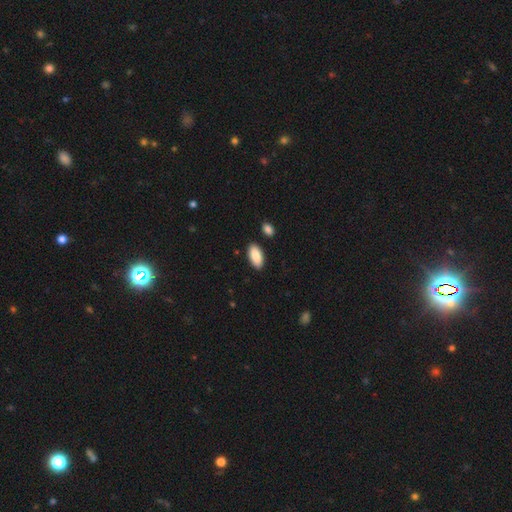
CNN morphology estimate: smooth_or_featured: smooth (p=0.89) [alt: star or artifact p=0.06]
how_rounded: in between (p=0.92) [alt: cigar-shaped p=0.06]
merging: none (p=0.86) [alt: minor disturbance p=0.09]